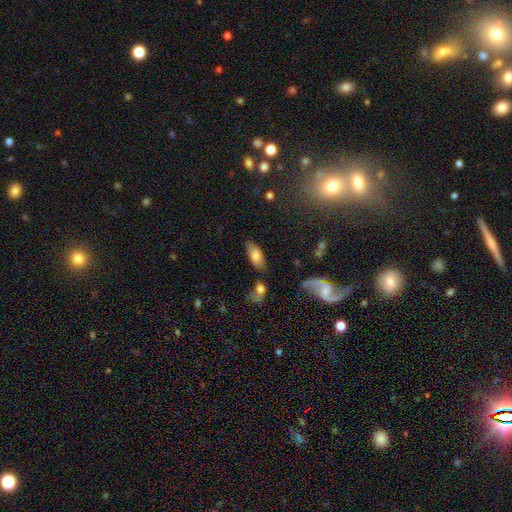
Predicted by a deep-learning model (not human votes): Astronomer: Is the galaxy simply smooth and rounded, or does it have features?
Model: smooth — 77%.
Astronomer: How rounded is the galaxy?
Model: in between — 85%.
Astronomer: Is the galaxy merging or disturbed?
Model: none — 72%.